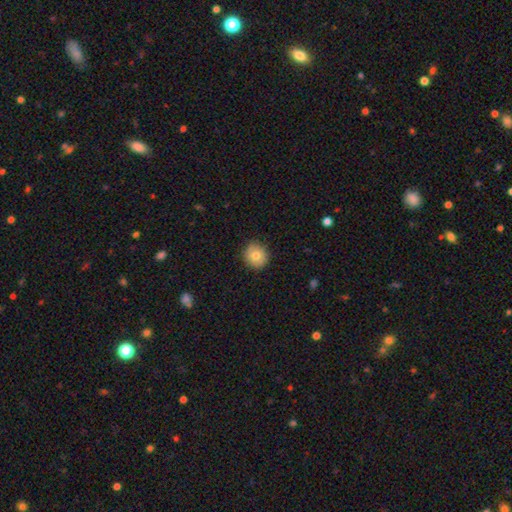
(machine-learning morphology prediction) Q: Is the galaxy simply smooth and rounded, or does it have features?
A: smooth — 76%.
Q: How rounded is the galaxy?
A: round — 86%.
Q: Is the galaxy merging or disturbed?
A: none — 88%.